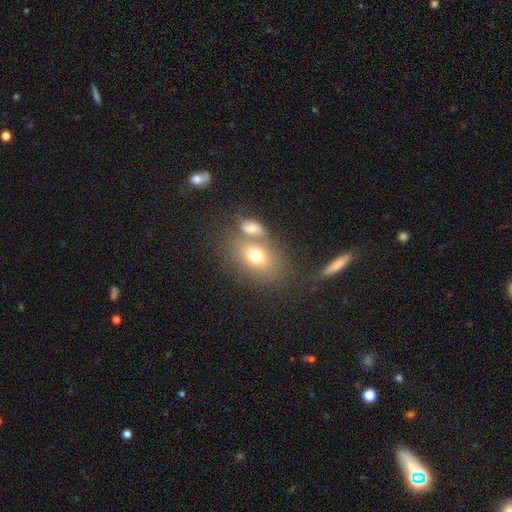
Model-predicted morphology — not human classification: smooth_or_featured: smooth (p=0.68) [alt: featured or disk p=0.21]
how_rounded: in between (p=0.75) [alt: round p=0.24]
merging: none (p=0.47) [alt: merger p=0.33]